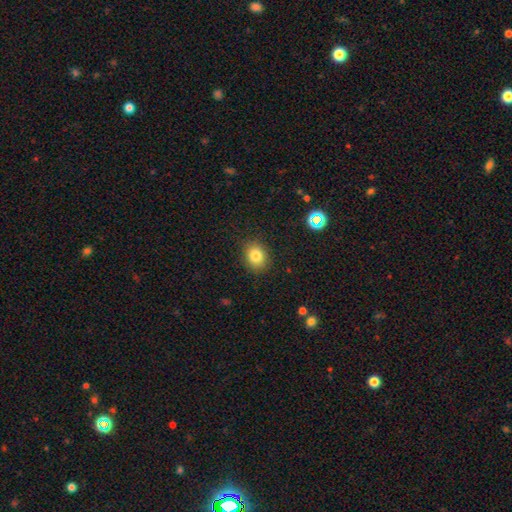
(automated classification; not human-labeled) Morphology: type=smooth (82%); roundness=round (52%); merging=none (87%).